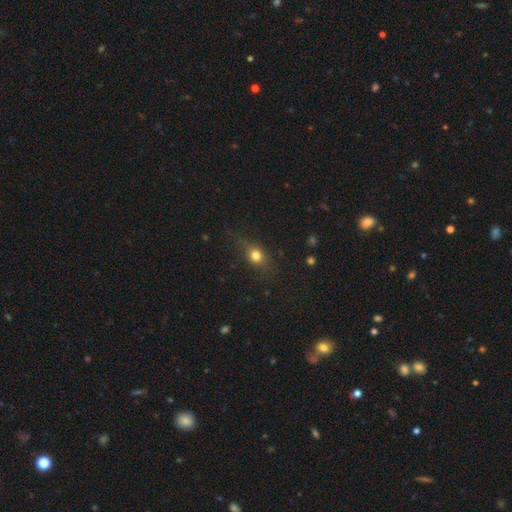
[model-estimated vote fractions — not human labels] This is likely a smooth galaxy (77%). How rounded: possibly round (53%). Merging: likely none (75%).